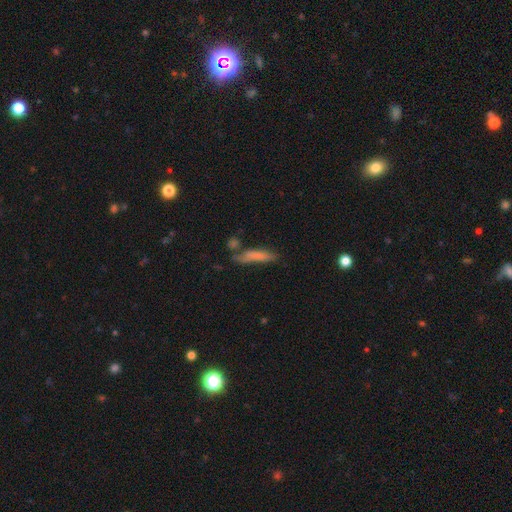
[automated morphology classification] Smooth or featured? Predicted: smooth (p=0.73). How rounded? Predicted: cigar-shaped (p=0.81). Merging? Predicted: none (p=0.53).